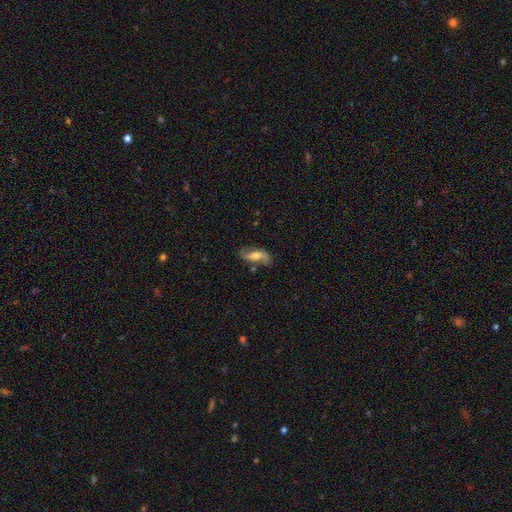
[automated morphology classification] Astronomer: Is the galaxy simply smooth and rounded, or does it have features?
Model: featured or disk — 66%.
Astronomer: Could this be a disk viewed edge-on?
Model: no — 87%.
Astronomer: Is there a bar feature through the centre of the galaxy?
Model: no — 47% (runner-up: weak, 34%).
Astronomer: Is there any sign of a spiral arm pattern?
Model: yes — 89%.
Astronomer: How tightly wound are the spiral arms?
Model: loose — 76%.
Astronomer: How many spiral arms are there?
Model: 2 — 90%.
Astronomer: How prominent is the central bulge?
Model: moderate — 63%.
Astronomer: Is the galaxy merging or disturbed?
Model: none — 70%.